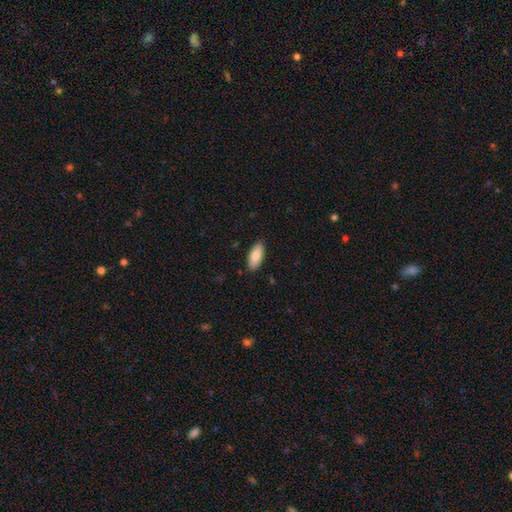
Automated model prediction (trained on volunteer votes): smooth 84%, featured or disk 10%, star or artifact 6%. Down the decision tree: how rounded — in between (83%); merging — none (89%).